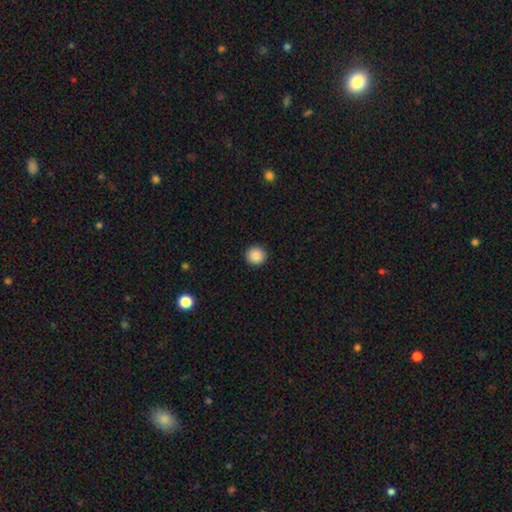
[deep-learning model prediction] Smooth or featured?
  - smooth: 89% *
  - star or artifact: 9%
  - featured or disk: 2%
How rounded?
  - round: 93% *
  - in between: 6%
  - cigar-shaped: 1%
Merging?
  - none: 93% *
  - minor disturbance: 5%
  - major disturbance: 2%
  - merger: 1%